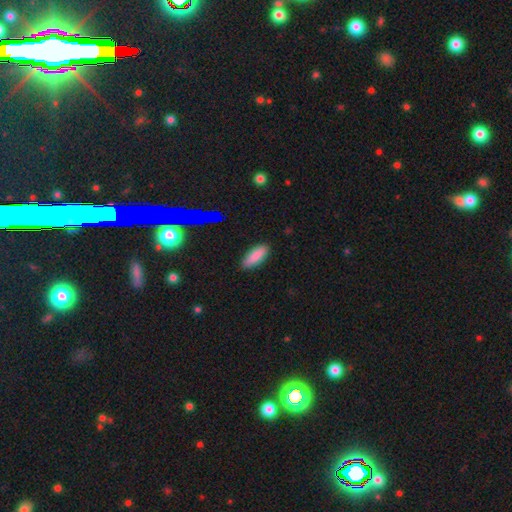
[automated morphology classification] Smooth or featured: smooth — 85% (star or artifact — 9%)
How rounded: in between — 68% (cigar-shaped — 30%)
Merging: none — 87% (minor disturbance — 9%)